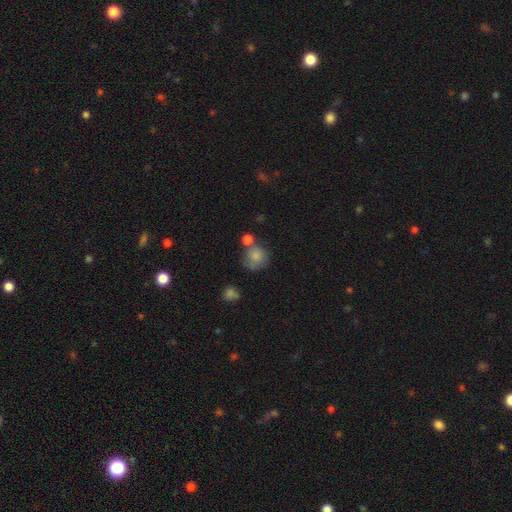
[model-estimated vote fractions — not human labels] Smooth or featured? smooth (81%)
How rounded? round (86%)
Merging? none (55%)